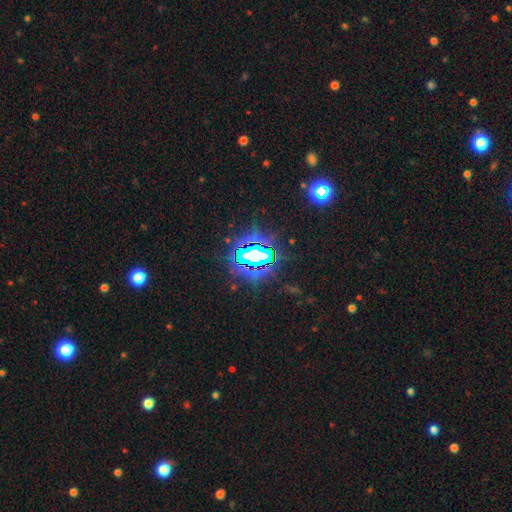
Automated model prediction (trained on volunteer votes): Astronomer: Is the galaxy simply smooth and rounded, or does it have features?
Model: star or artifact — 80%.